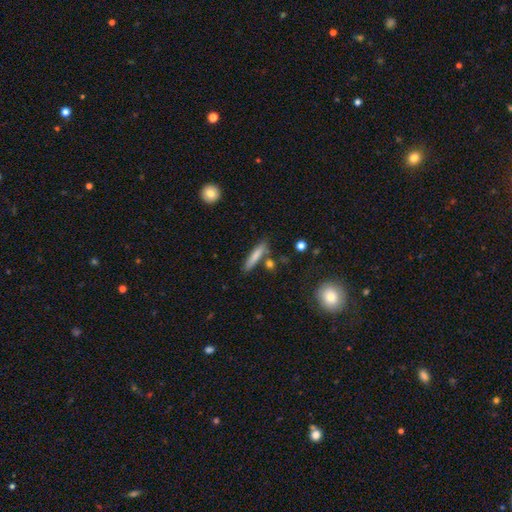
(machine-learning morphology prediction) Smooth or featured? Predicted: smooth (p=0.75). How rounded? Predicted: cigar-shaped (p=0.86). Merging? Predicted: none (p=0.78).